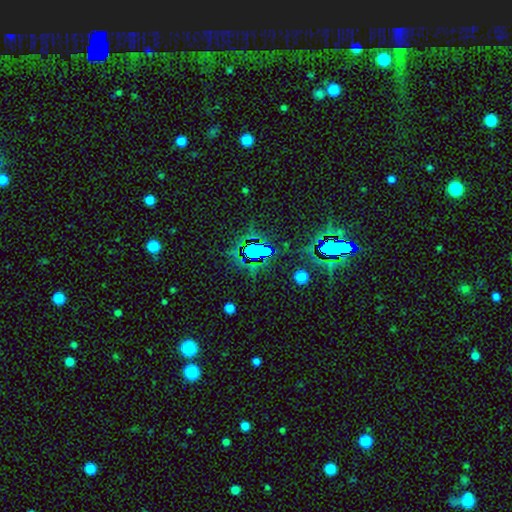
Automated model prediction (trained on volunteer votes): star or artifact 69%, smooth 19%, featured or disk 12%.